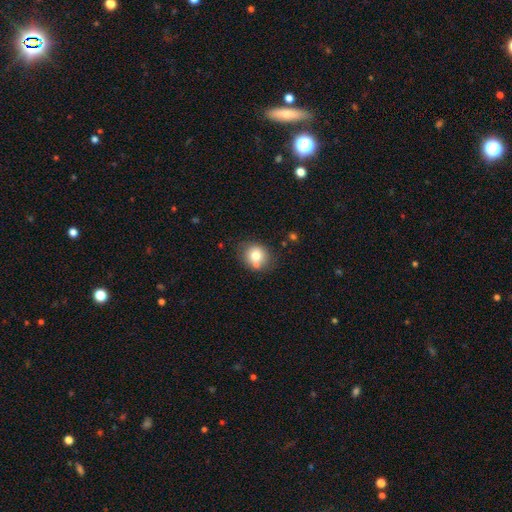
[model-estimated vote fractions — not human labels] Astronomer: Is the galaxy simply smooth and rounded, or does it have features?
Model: smooth — 76%.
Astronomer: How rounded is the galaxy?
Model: round — 73%.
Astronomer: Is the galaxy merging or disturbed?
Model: none — 68%.